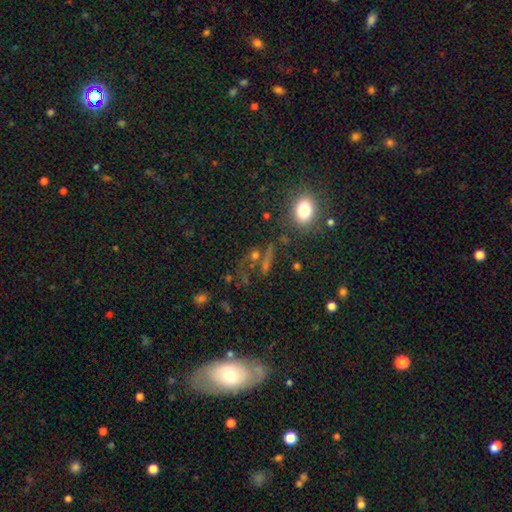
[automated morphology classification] Smooth or featured: star or artifact — 40% (smooth — 36%)